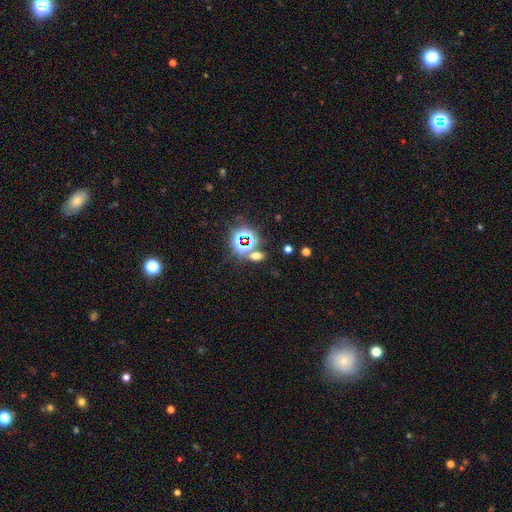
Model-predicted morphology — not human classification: star or artifact 47%, smooth 43%, featured or disk 9%.